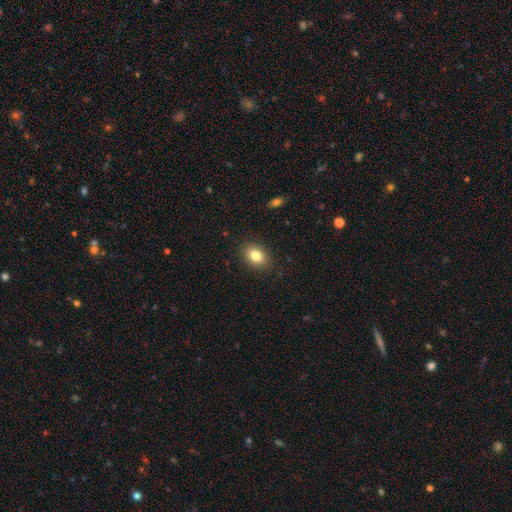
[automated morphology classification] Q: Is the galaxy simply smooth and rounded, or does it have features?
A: smooth — 83%.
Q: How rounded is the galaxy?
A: in between — 78%.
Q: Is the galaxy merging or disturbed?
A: none — 86%.